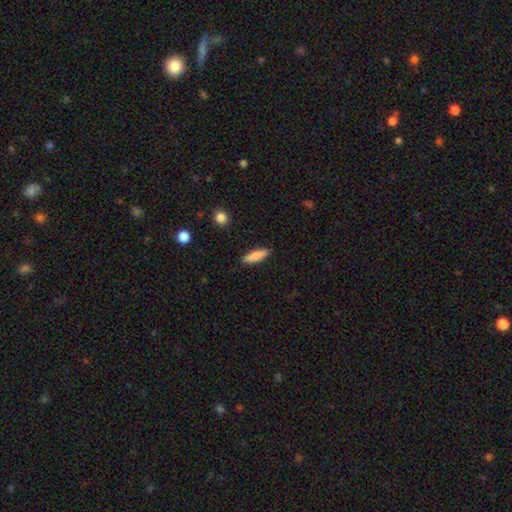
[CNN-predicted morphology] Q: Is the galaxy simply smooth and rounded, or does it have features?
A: smooth — 85%.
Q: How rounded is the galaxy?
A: cigar-shaped — 64%.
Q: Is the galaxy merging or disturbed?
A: none — 89%.